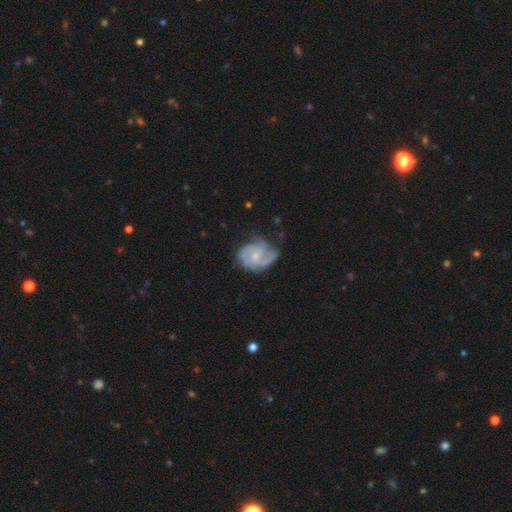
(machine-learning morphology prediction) smooth_or_featured: featured or disk (p=0.85) [alt: smooth p=0.10]
disk_edge_on: no (p=0.98) [alt: yes p=0.02]
bar: no (p=0.57) [alt: weak p=0.37]
has_spiral_arms: yes (p=0.95) [alt: no p=0.05]
spiral_winding: medium (p=0.47) [alt: tight p=0.40]
spiral_arm_count: 2 (p=0.41) [alt: 3 p=0.31]
bulge_size: small (p=0.58) [alt: moderate p=0.33]
merging: none (p=0.60) [alt: minor disturbance p=0.25]